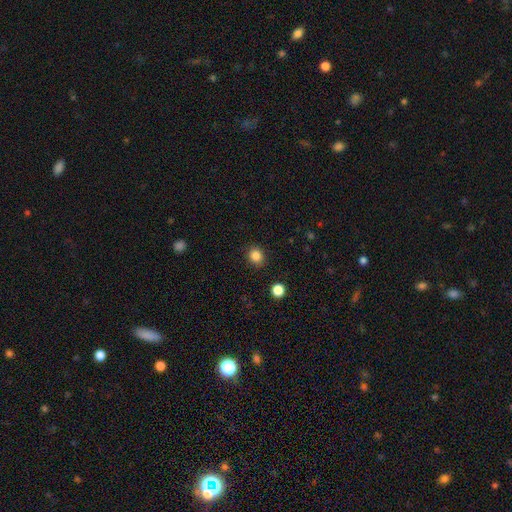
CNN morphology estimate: Smooth or featured? Predicted: smooth (p=0.85). How rounded? Predicted: round (p=0.81). Merging? Predicted: none (p=0.87).